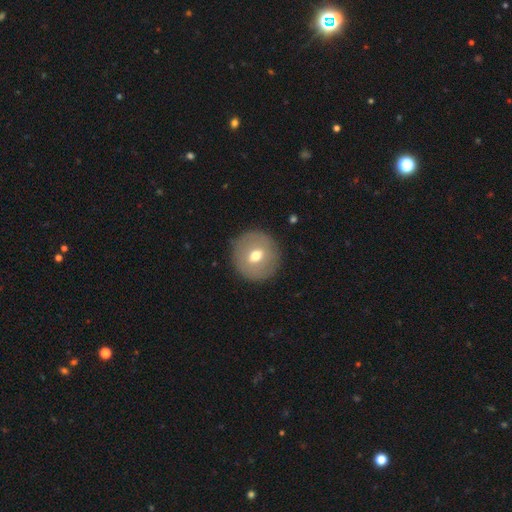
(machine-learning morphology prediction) Smooth or featured? smooth (60%)
How rounded? round (92%)
Merging? none (88%)